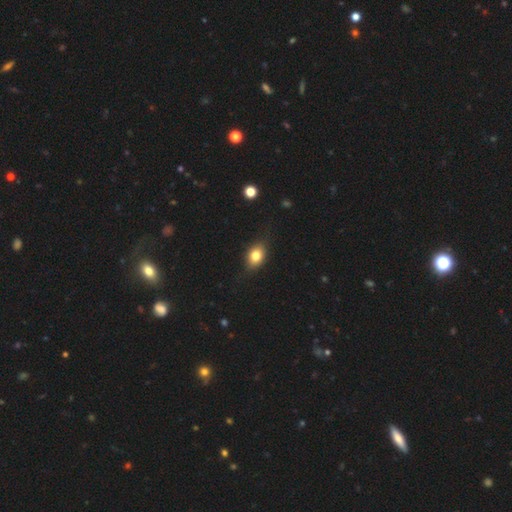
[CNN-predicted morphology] Smooth or featured? Predicted: smooth (p=0.77). How rounded? Predicted: in between (p=0.69). Merging? Predicted: none (p=0.79).